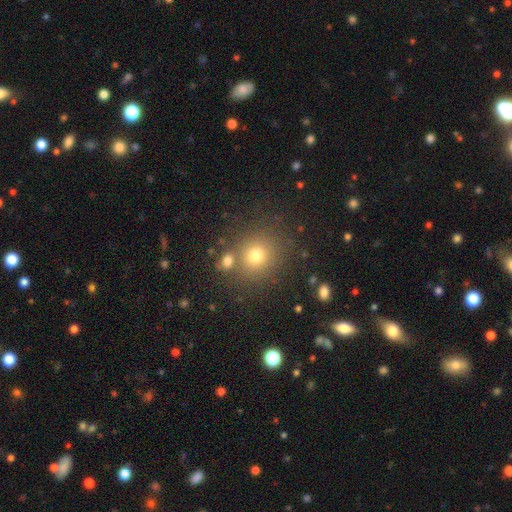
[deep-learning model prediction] Morphology: type=smooth (73%); roundness=round (83%); merging=none (73%).